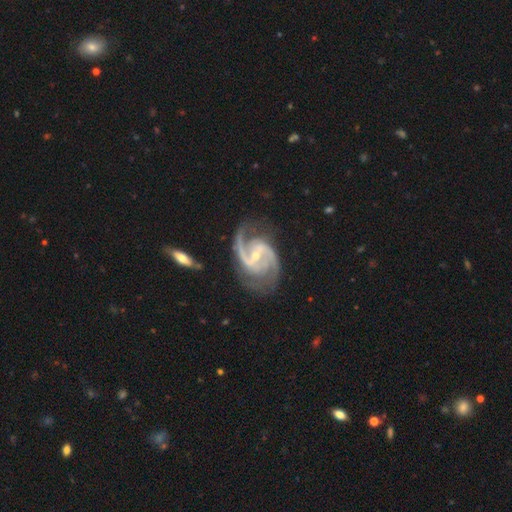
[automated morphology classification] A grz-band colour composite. It shows a featured or disk galaxy (93%) with a weak bar (44%), 2 (79%) medium (60%) spiral arms (98%) and a small central bulge (67%). Merging: none (66%).